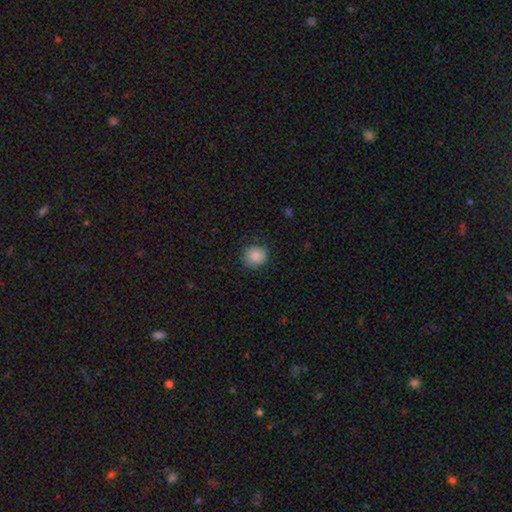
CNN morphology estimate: Smooth or featured?
  - smooth: 88% *
  - star or artifact: 9%
  - featured or disk: 3%
How rounded?
  - round: 79% *
  - in between: 20%
  - cigar-shaped: 1%
Merging?
  - none: 83% *
  - minor disturbance: 13%
  - major disturbance: 3%
  - merger: 1%